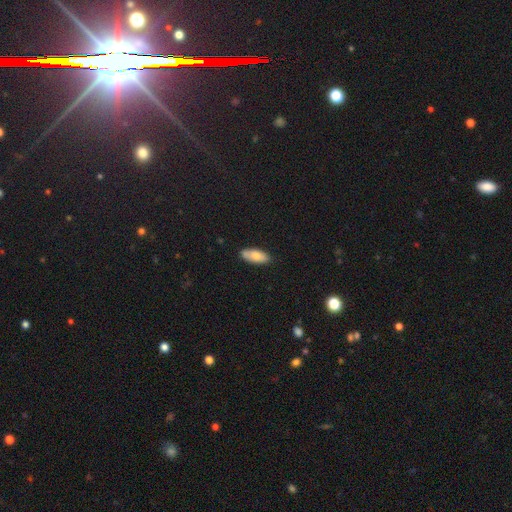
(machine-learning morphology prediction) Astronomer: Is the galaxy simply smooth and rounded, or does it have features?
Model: smooth — 76%.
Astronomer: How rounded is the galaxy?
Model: in between — 83%.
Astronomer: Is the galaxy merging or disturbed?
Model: none — 84%.